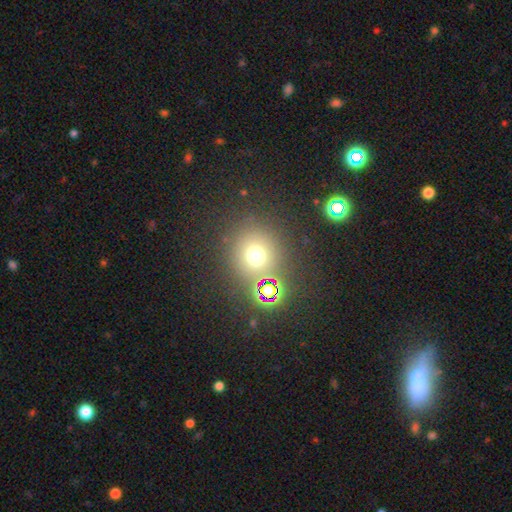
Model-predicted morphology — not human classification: This is likely a smooth galaxy (64%). How rounded: clearly round (89%). Merging: clearly none (81%).